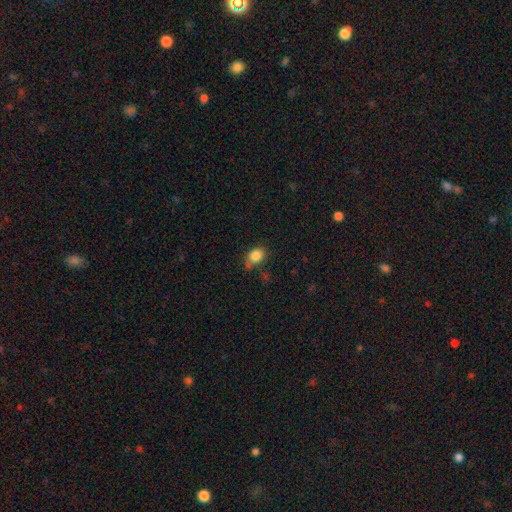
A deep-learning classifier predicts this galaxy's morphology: This is clearly a smooth galaxy (84%). How rounded: likely in between (69%). Merging: possibly none (52%).